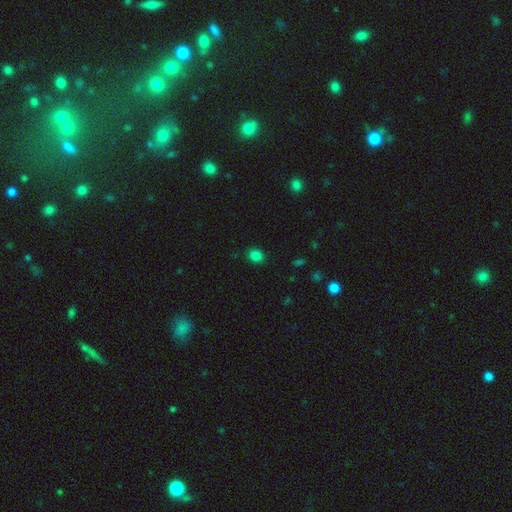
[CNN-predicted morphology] type=smooth (83%); roundness=round (55%); merging=none (88%).